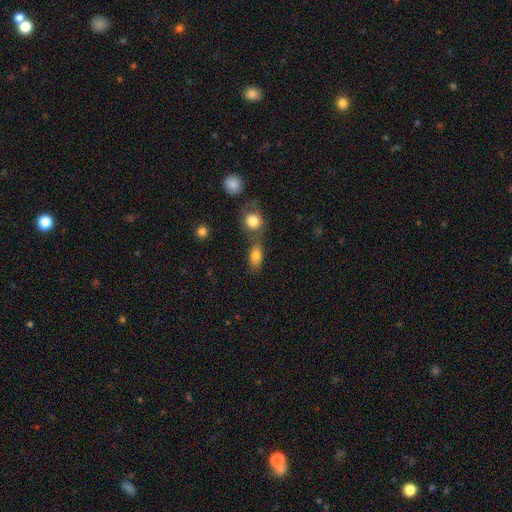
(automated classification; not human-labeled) Overall: smooth (81%). How rounded: in between (73%). Merging: none (43%; merger 41%).